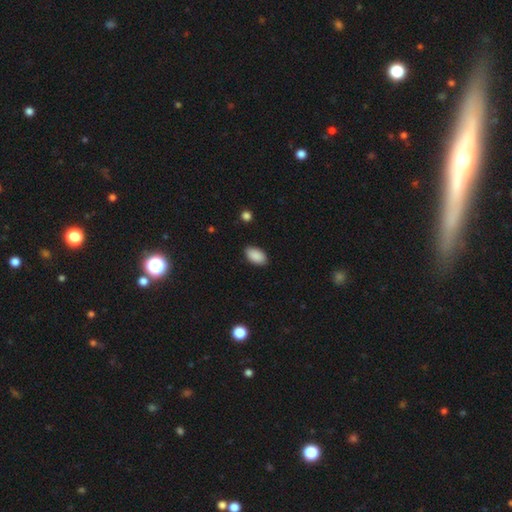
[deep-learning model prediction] A smooth galaxy with no disk features (90%) that is in between round and cigar-shaped (94%). Merging: none (87%).